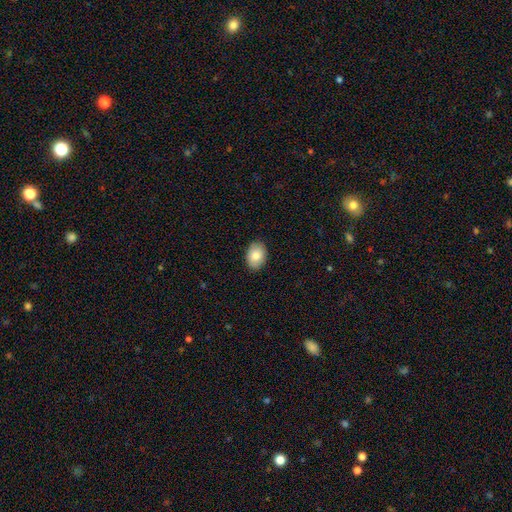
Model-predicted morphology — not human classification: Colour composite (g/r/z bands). It shows a smooth galaxy with no disk features (82%) that is in between round and cigar-shaped (79%). Merging: none (89%).